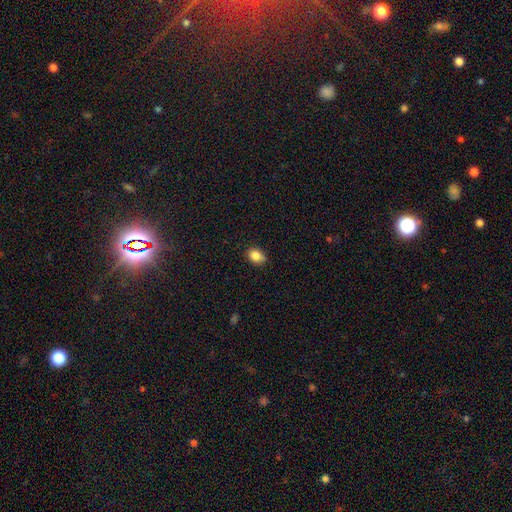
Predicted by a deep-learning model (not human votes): This is clearly a smooth galaxy (85%). How rounded: possibly in between (60%). Merging: likely none (77%).